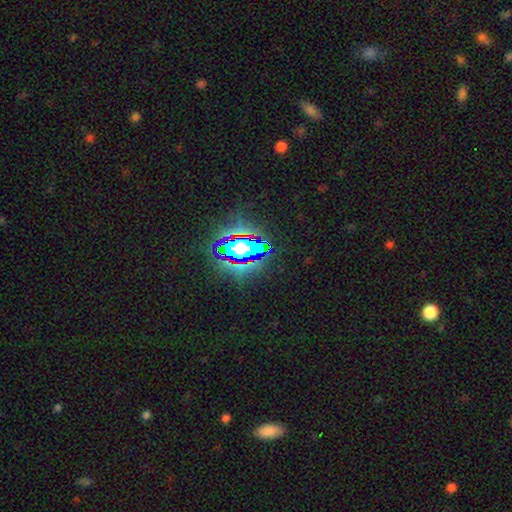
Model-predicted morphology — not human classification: smooth-or-featured: star or artifact: 79% | smooth: 13% | featured or disk: 8%